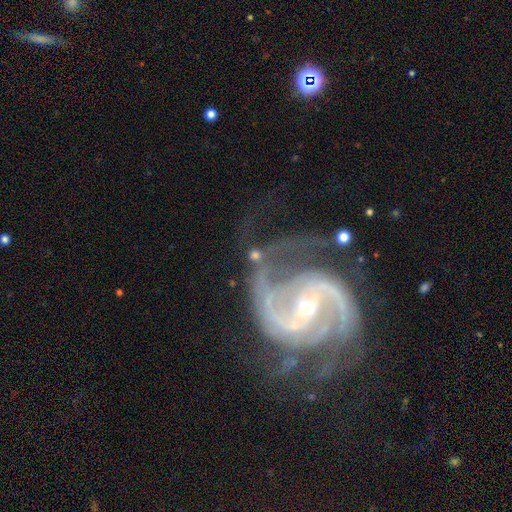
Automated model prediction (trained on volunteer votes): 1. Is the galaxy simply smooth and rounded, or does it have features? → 90% featured or disk, 6% star or artifact, 4% smooth.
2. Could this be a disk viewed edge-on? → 98% no, 2% yes.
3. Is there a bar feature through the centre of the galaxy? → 39% strong, 38% weak, 23% no.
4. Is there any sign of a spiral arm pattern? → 98% yes, 2% no.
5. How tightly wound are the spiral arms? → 55% medium, 29% tight, 16% loose.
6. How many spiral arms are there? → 70% 2, 12% 3, 6% can't tell, 4% 4, 4% 1, 4% more than 4.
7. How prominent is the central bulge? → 60% small, 36% moderate, 2% large, 1% none, 1% dominant.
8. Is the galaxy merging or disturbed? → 56% none, 20% minor disturbance, 18% major disturbance, 5% merger.